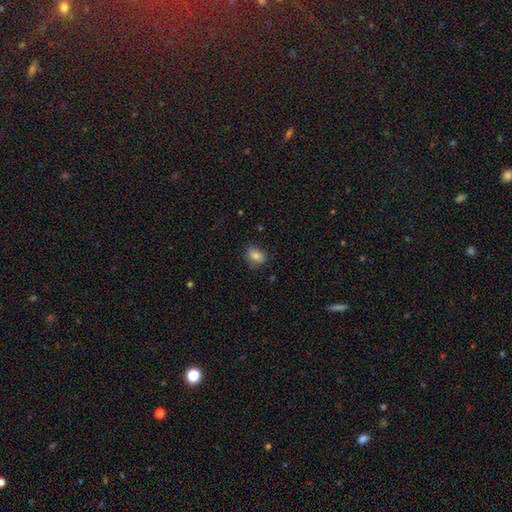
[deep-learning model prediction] A smooth galaxy with no disk features (82%) that is in between round and cigar-shaped (68%).

Vote fractions:
- Smooth or featured? smooth: 82% / star or artifact: 10% / featured or disk: 8%
- How rounded? in between: 68% / round: 30% / cigar-shaped: 1%
- Merging? none: 74% / minor disturbance: 20% / major disturbance: 4% / merger: 1%